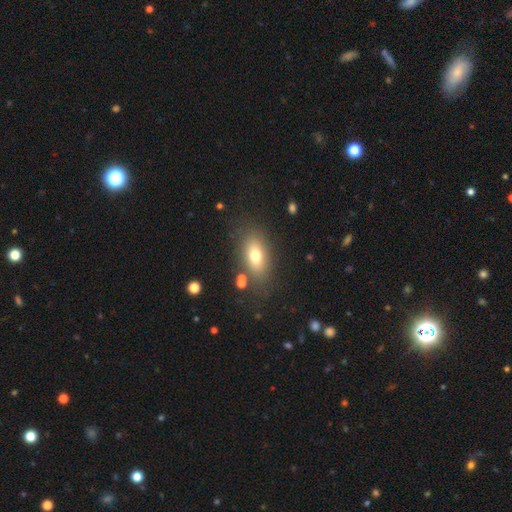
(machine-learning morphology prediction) Smooth or featured? Predicted: smooth (p=0.70). How rounded? Predicted: in between (p=0.81). Merging? Predicted: none (p=0.78).